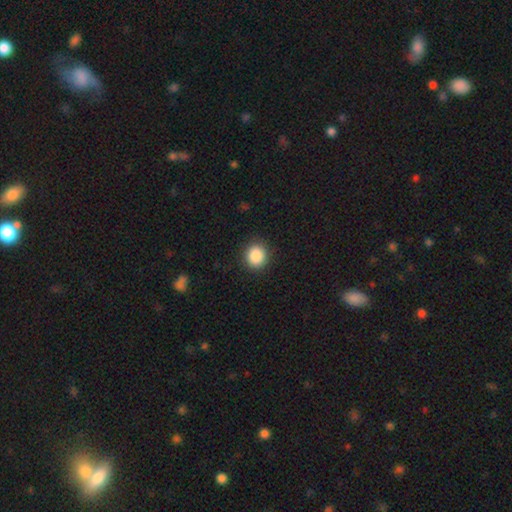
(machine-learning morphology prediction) Smooth or featured: smooth — 88% (star or artifact — 9%)
How rounded: round — 83% (in between — 16%)
Merging: none — 90% (minor disturbance — 7%)